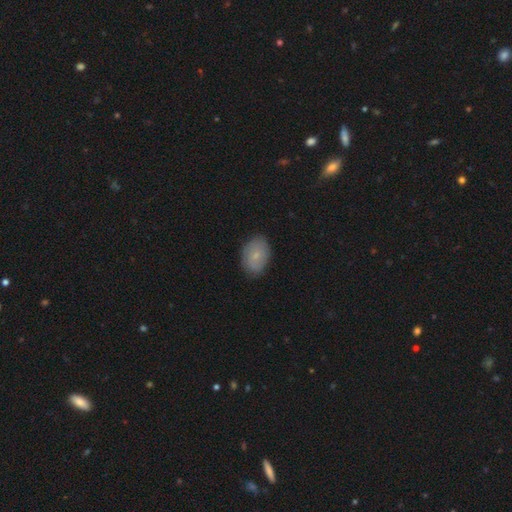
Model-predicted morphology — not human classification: This appears to be a smooth galaxy with no disk features (66%) that is in between round and cigar-shaped (82%). Merging: none (82%).